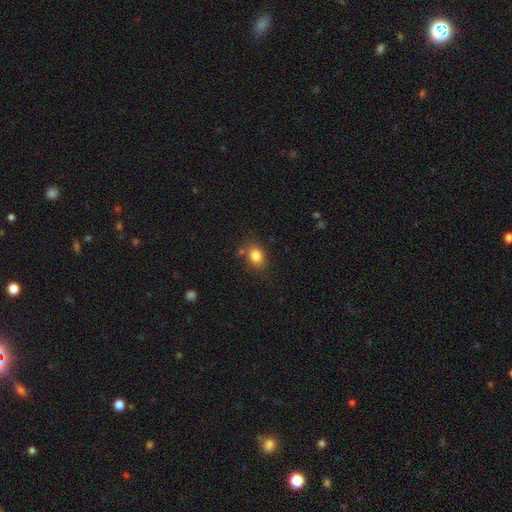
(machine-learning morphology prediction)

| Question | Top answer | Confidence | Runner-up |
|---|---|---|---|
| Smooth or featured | smooth | 83% | star or artifact (10%) |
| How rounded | in between | 62% | round (36%) |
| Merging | none | 76% | minor disturbance (14%) |